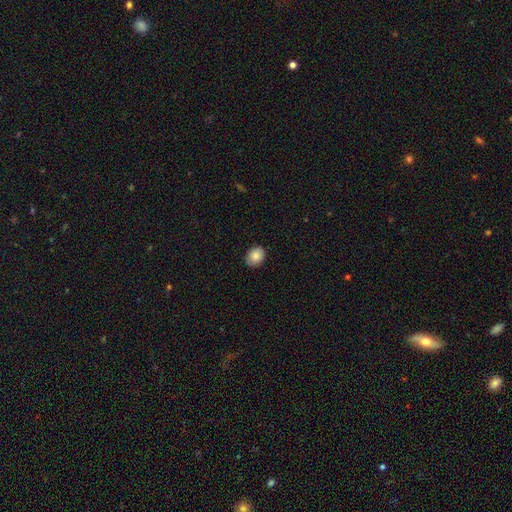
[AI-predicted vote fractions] This is clearly a smooth galaxy (84%). How rounded: possibly in between (54%). Merging: clearly none (85%).